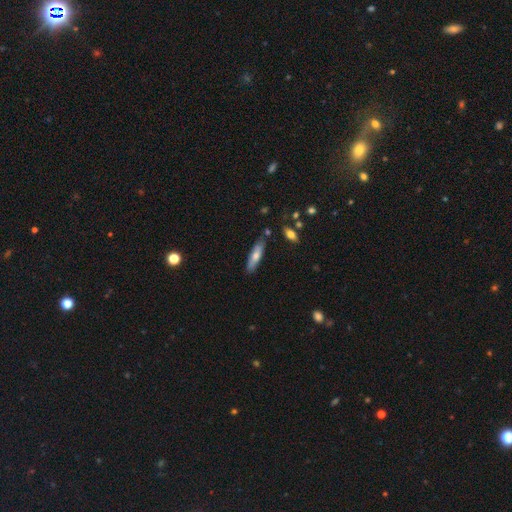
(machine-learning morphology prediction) A smooth galaxy with no disk features (68%) that is cigar-shaped (69%).

Vote fractions:
- Smooth or featured? smooth: 68% / featured or disk: 26% / star or artifact: 6%
- How rounded? cigar-shaped: 69% / in between: 30% / round: 2%
- Merging? none: 81% / minor disturbance: 13% / merger: 3% / major disturbance: 2%